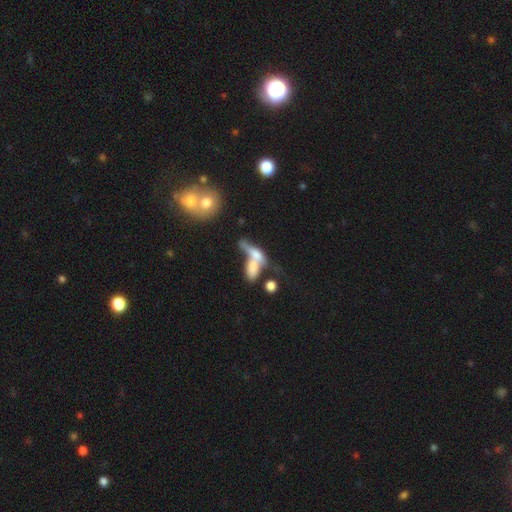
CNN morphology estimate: A smooth galaxy with no disk features (51%) that is in between round and cigar-shaped (57%).

Vote fractions:
- Smooth or featured? smooth: 51% / featured or disk: 38% / star or artifact: 11%
- How rounded? in between: 57% / cigar-shaped: 36% / round: 6%
- Merging? merger: 66% / none: 15% / major disturbance: 11% / minor disturbance: 8%